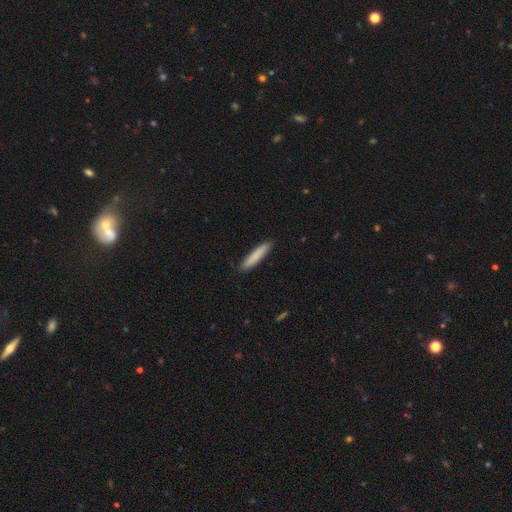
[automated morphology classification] Smooth or featured?
  - smooth: 84% *
  - featured or disk: 10%
  - star or artifact: 6%
How rounded?
  - cigar-shaped: 91% *
  - in between: 7%
  - round: 1%
Merging?
  - none: 89% *
  - minor disturbance: 8%
  - major disturbance: 1%
  - merger: 1%